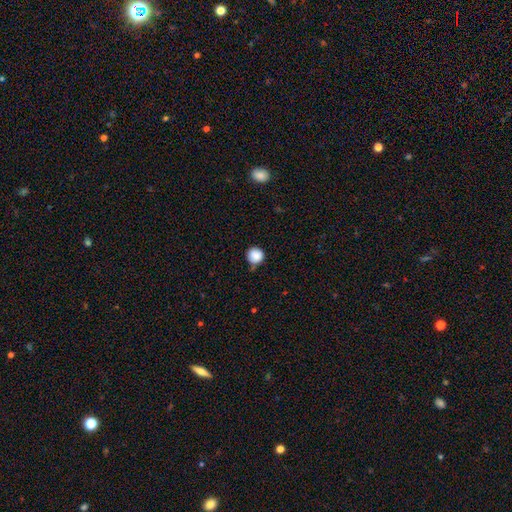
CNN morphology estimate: A smooth galaxy with no disk features (87%) that is round (93%).

Vote fractions:
- Smooth or featured? smooth: 87% / star or artifact: 9% / featured or disk: 4%
- How rounded? round: 93% / in between: 6% / cigar-shaped: 1%
- Merging? none: 71% / minor disturbance: 20% / merger: 4% / major disturbance: 4%